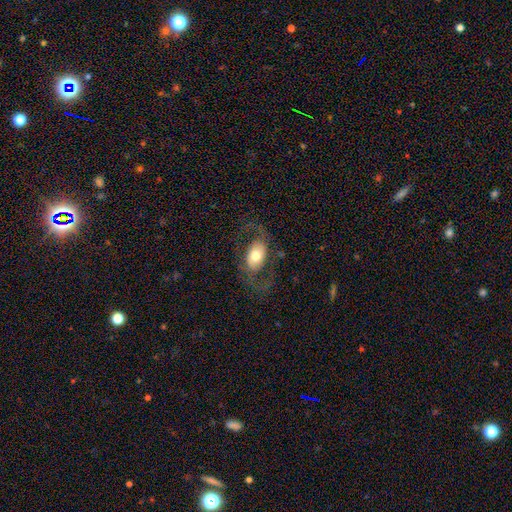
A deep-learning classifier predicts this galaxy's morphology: A featured or disk galaxy (57%) with no bar (63%), spiral arms (71%) and a moderate central bulge (60%).

Vote fractions:
- Smooth or featured? featured or disk: 57% / smooth: 37% / star or artifact: 7%
- Edge-on disk? no: 93% / yes: 7%
- Bar? no: 63% / weak: 25% / strong: 12%
- Spiral arms? yes: 71% / no: 29%
- Bulge size? moderate: 60% / large: 26% / small: 9% / dominant: 4% / none: 1%
- Merging? none: 68% / major disturbance: 16% / minor disturbance: 14% / merger: 1%